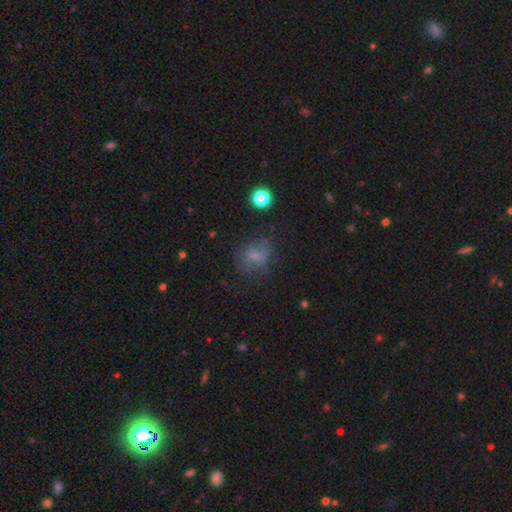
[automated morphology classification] smooth-or-featured: smooth: 55% | featured or disk: 27% | star or artifact: 18%
  how-rounded: in between: 52% | round: 46% | cigar-shaped: 2%
  merging: none: 52% | minor disturbance: 23% | major disturbance: 20% | merger: 4%